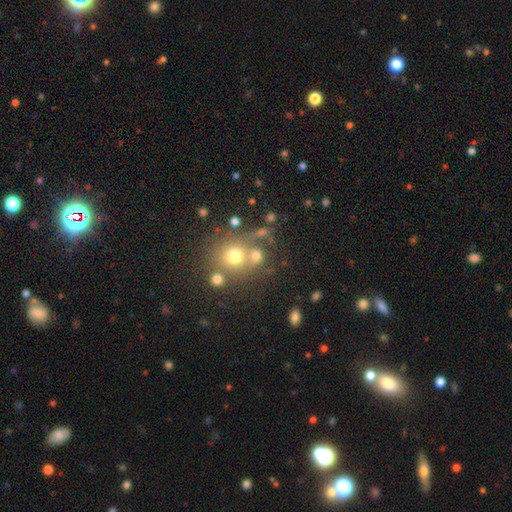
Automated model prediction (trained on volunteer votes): Smooth or featured?
  - smooth: 68% *
  - star or artifact: 18%
  - featured or disk: 14%
How rounded?
  - round: 83% *
  - in between: 15%
  - cigar-shaped: 1%
Merging?
  - none: 55% *
  - merger: 28%
  - minor disturbance: 11%
  - major disturbance: 6%